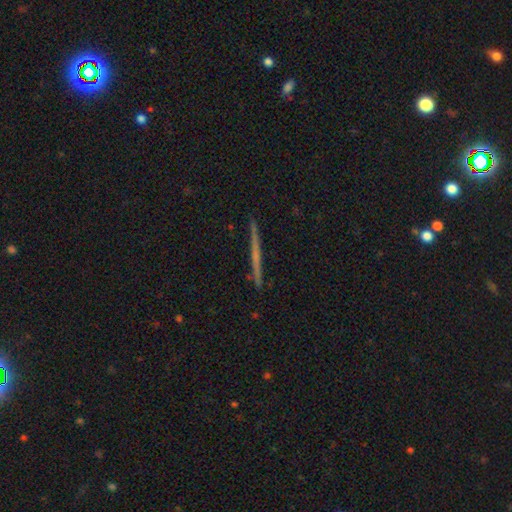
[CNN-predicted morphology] Smooth or featured? Predicted: featured or disk (p=0.59). Edge-on disk? Predicted: yes (p=0.98). Edge-on bulge? Predicted: none (p=0.82). Merging? Predicted: none (p=0.92).